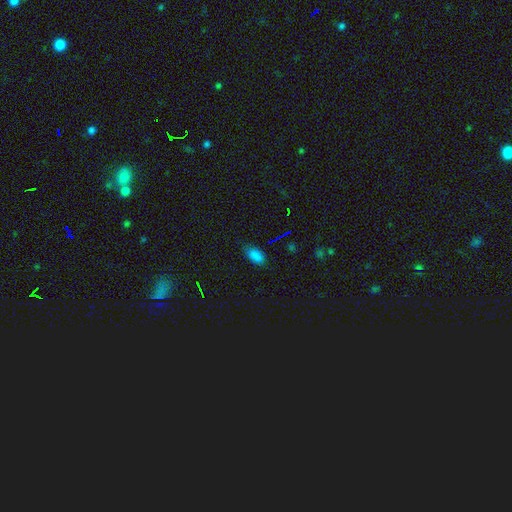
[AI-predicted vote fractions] smooth_or_featured: smooth (p=0.80) [alt: star or artifact p=0.15]
how_rounded: in between (p=0.91) [alt: round p=0.04]
merging: none (p=0.74) [alt: minor disturbance p=0.20]